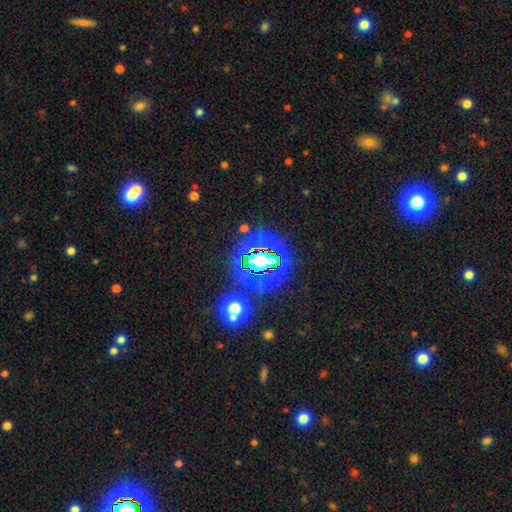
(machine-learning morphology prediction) Smooth or featured? star or artifact (71%)